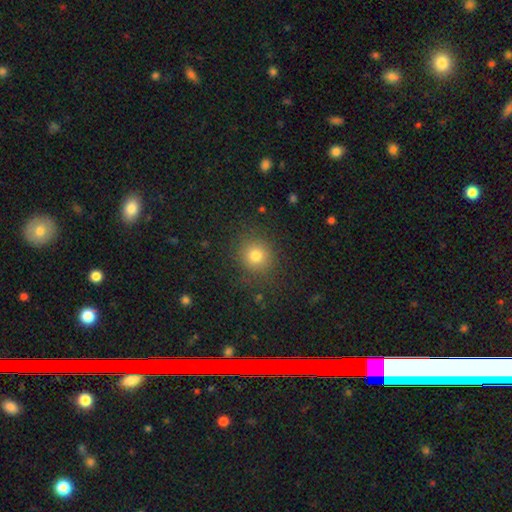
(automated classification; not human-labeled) A smooth galaxy with no disk features (77%) that is round (90%).

Vote fractions:
- Smooth or featured? smooth: 77% / star or artifact: 15% / featured or disk: 8%
- How rounded? round: 90% / in between: 9% / cigar-shaped: 1%
- Merging? none: 86% / minor disturbance: 9% / major disturbance: 4% / merger: 1%